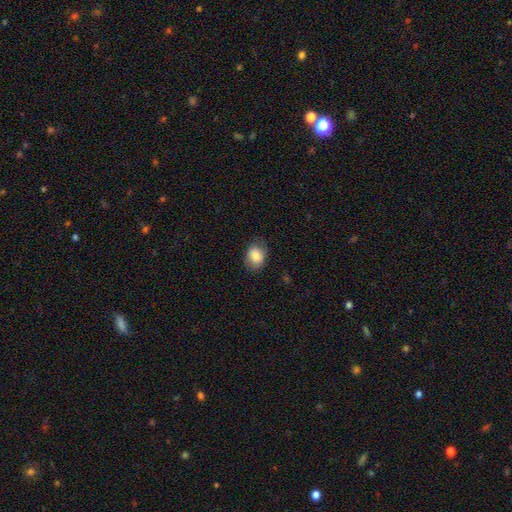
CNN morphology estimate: Smooth or featured: smooth — 83% (featured or disk — 10%)
How rounded: in between — 69% (round — 30%)
Merging: none — 77% (minor disturbance — 17%)